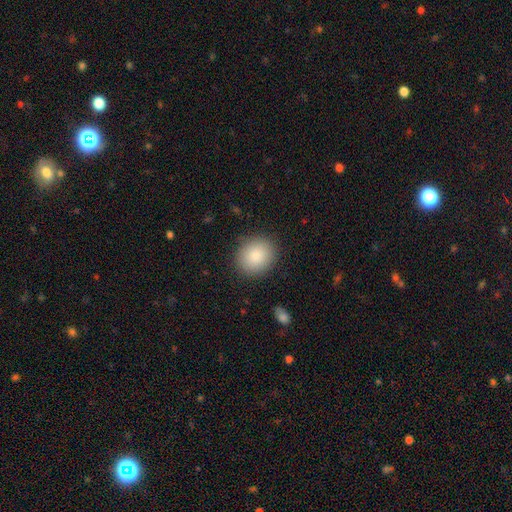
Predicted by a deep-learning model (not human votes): Smooth or featured? smooth (88%)
How rounded? round (69%)
Merging? none (88%)